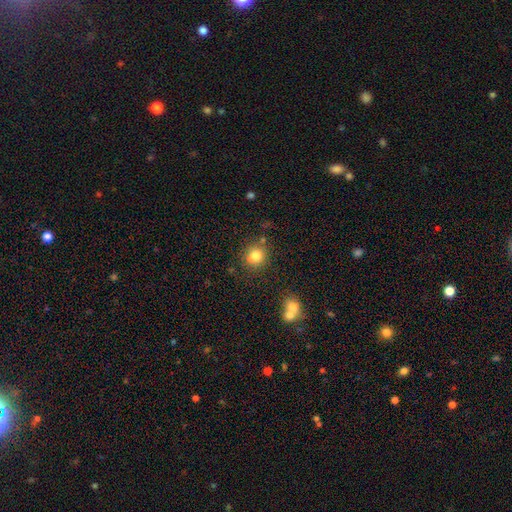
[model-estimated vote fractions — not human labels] The model was most divided on "merging": none: 78%, minor disturbance: 10%, merger: 8%, major disturbance: 3%. More confident: how rounded — round (87%); smooth or featured — smooth (80%).